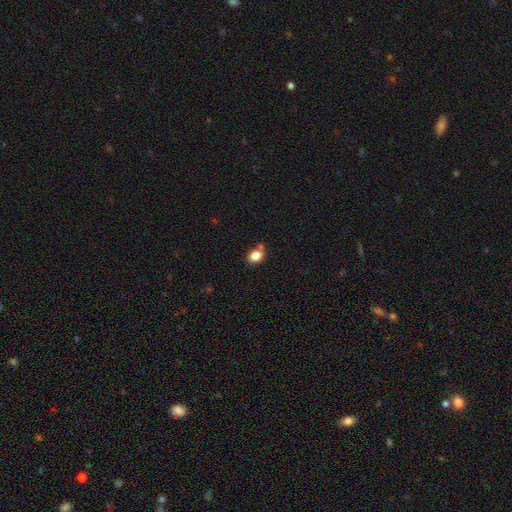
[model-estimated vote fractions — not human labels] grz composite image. It shows a smooth galaxy with no disk features (84%) that is in between round and cigar-shaped (65%). Merging: none (65%).